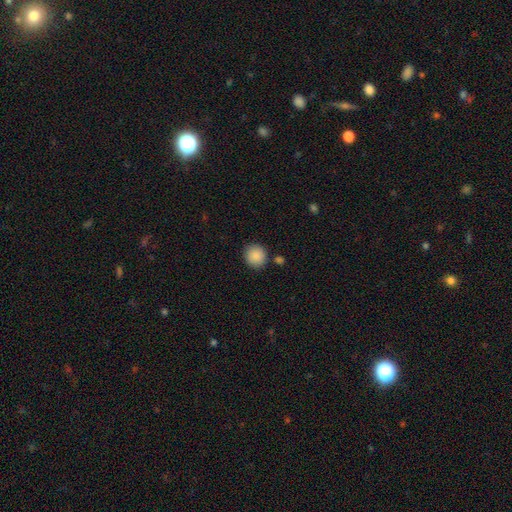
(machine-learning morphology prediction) This appears to be a smooth galaxy with no disk features (88%) that is round (90%). Merging: none (86%).